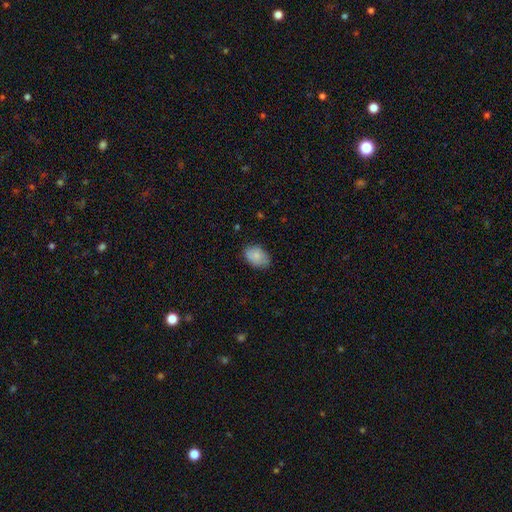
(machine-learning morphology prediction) The model was most divided on "merging": none: 79%, minor disturbance: 17%, major disturbance: 3%, merger: 1%. More confident: smooth or featured — smooth (84%); how rounded — in between (84%).